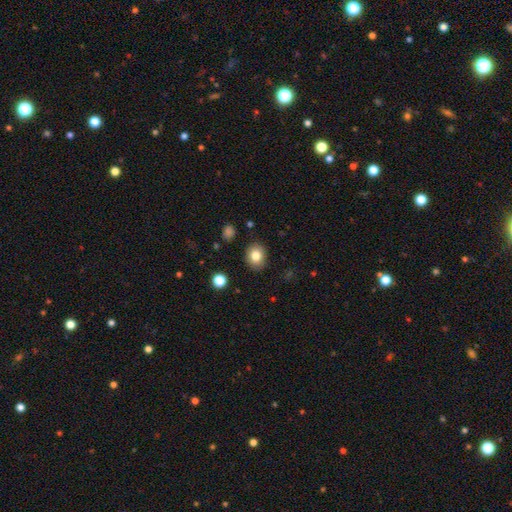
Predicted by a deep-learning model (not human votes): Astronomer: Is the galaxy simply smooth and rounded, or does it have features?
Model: smooth — 81%.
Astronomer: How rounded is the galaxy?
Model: round — 57% (runner-up: in between, 43%).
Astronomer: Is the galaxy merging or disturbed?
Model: none — 87%.